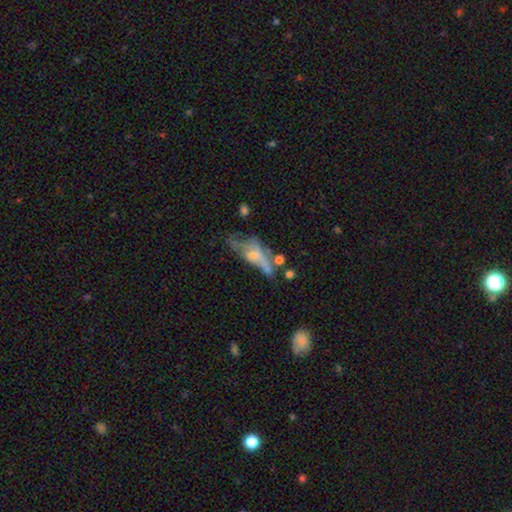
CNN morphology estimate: The model was most divided on "merging": major disturbance: 36%, none: 25%, minor disturbance: 20%, merger: 18%. More confident: edge-on disk — no (68%); smooth or featured — featured or disk (50%).